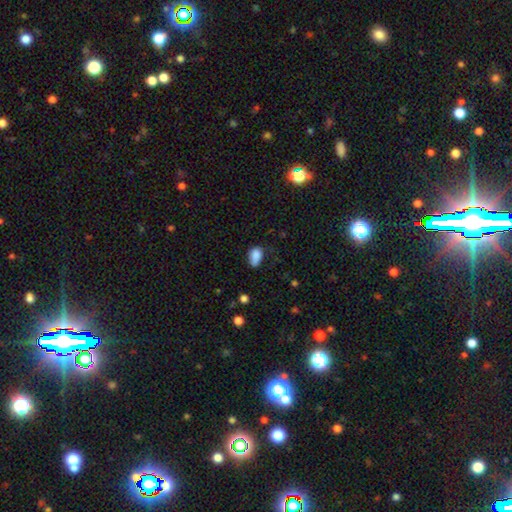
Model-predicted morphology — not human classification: type=smooth (84%); roundness=in between (86%); merging=none (48%).